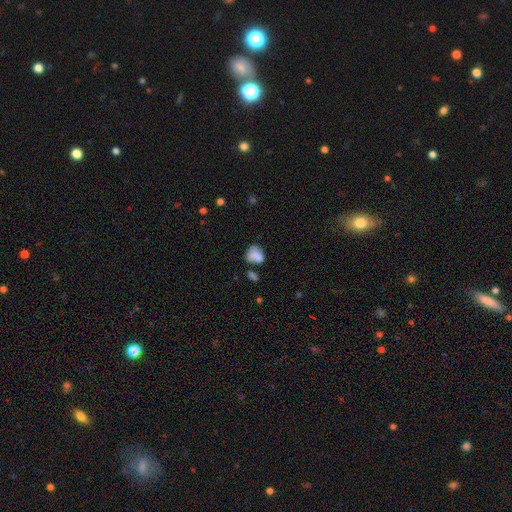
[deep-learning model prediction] smooth 77%, featured or disk 14%, star or artifact 10%. Down the decision tree: how rounded — round (52%); merging — none (42%).